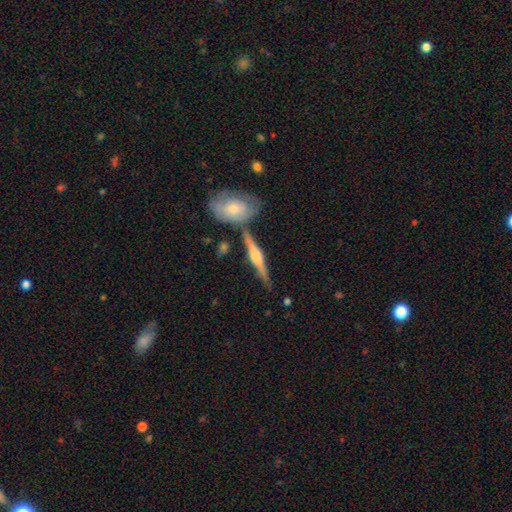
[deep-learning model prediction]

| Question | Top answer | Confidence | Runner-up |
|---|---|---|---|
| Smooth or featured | featured or disk | 73% | smooth (22%) |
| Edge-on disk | yes | 97% | no (3%) |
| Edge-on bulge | rounded | 79% | boxy (15%) |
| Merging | none | 72% | minor disturbance (12%) |